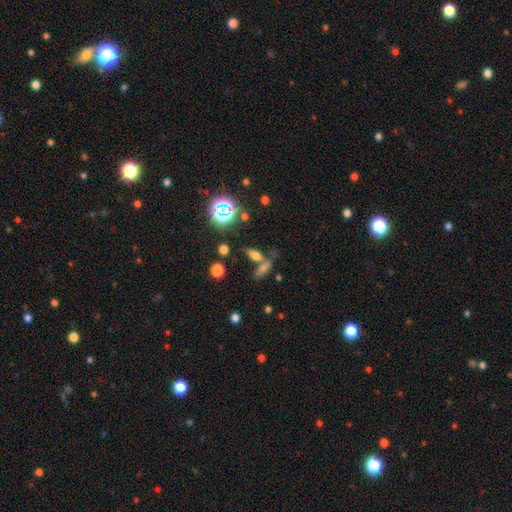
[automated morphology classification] This is possibly a smooth galaxy (58%). How rounded: possibly in between (59%). Merging: possibly none (51%).